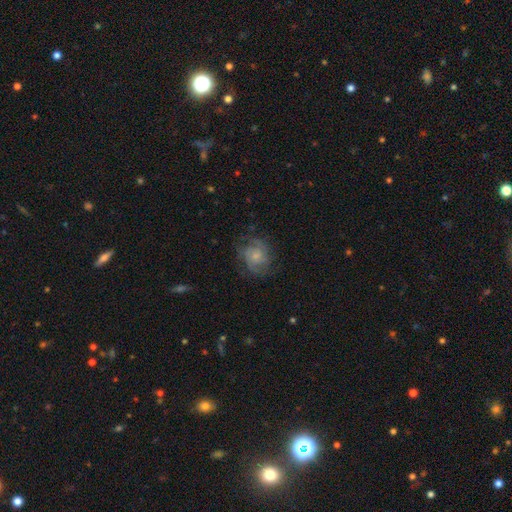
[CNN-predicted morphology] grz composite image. It shows a featured or disk galaxy (60%) with no bar (72%), medium (42%) spiral arms (85%) and a small central bulge (56%). Merging: none (65%).